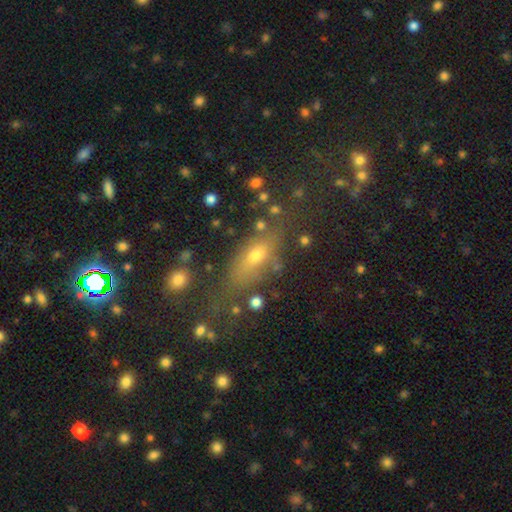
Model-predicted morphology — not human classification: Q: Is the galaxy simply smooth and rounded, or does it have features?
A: smooth — 59%.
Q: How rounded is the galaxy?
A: in between — 59%.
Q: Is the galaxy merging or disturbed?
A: none — 62%.